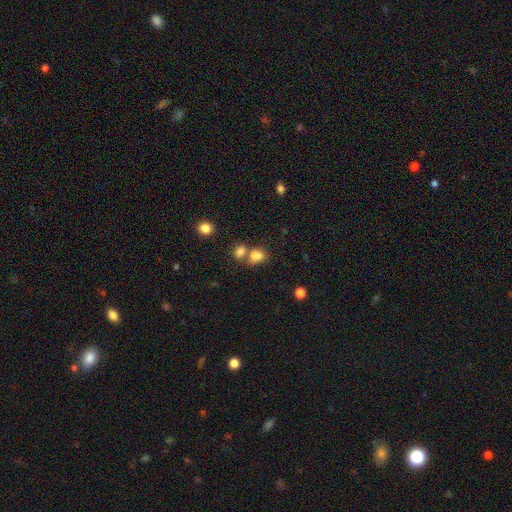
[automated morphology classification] The model was most divided on "merging": merger: 50%, none: 34%, minor disturbance: 10%, major disturbance: 5%. More confident: smooth or featured — smooth (79%); how rounded — in between (65%).